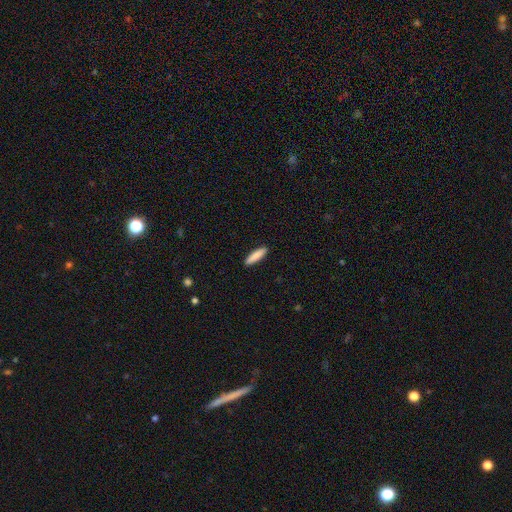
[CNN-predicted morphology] Smooth or featured: smooth — 87% (featured or disk — 7%)
How rounded: cigar-shaped — 75% (in between — 24%)
Merging: none — 91% (minor disturbance — 6%)